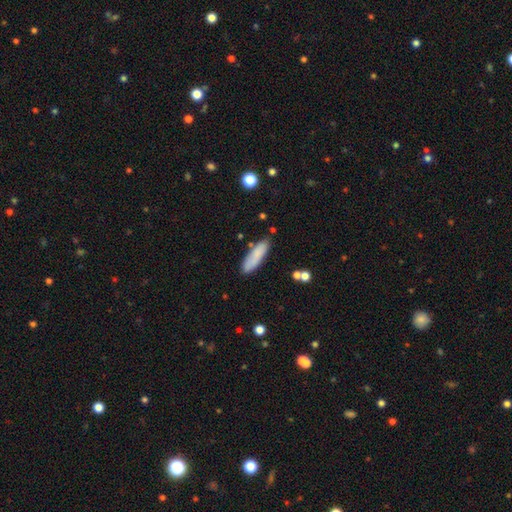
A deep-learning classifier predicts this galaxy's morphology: Overall: smooth (82%). How rounded: cigar-shaped (59%; in between 39%). Merging: none (80%).